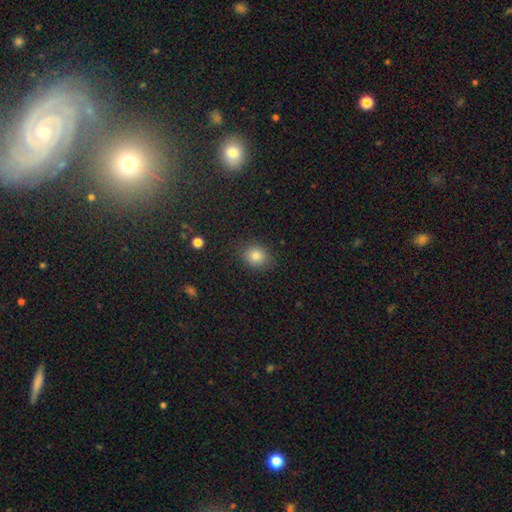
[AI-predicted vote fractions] Smooth or featured? Predicted: smooth (p=0.83). How rounded? Predicted: round (p=0.69). Merging? Predicted: none (p=0.84).